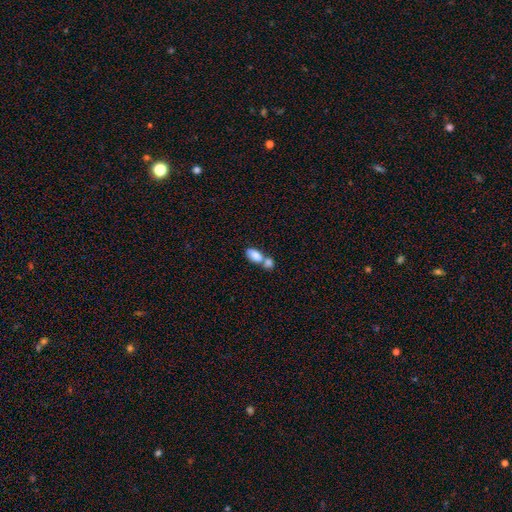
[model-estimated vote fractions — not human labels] Q: Smooth or featured?
A: smooth (82%); runner-up: featured or disk (11%)
Q: How rounded?
A: in between (91%); runner-up: round (6%)
Q: Merging?
A: merger (62%); runner-up: none (27%)